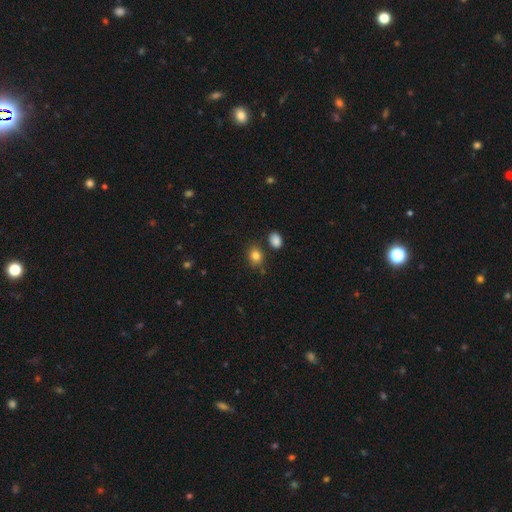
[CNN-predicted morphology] type=smooth (82%); roundness=round (50%); merging=none (77%).